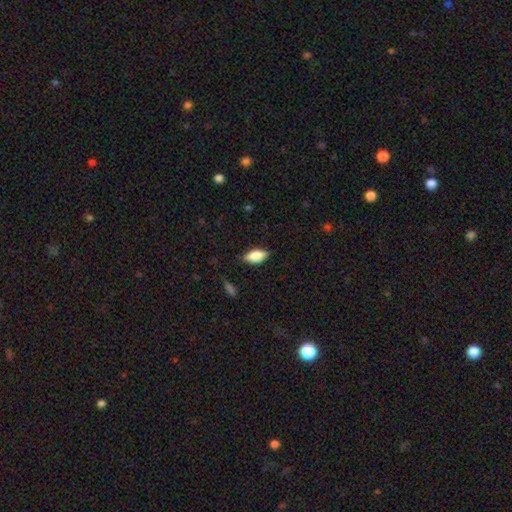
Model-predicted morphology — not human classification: smooth-or-featured: smooth: 77% | featured or disk: 16% | star or artifact: 7%
  how-rounded: in between: 86% | cigar-shaped: 10% | round: 3%
  merging: none: 82% | minor disturbance: 14% | major disturbance: 3% | merger: 1%